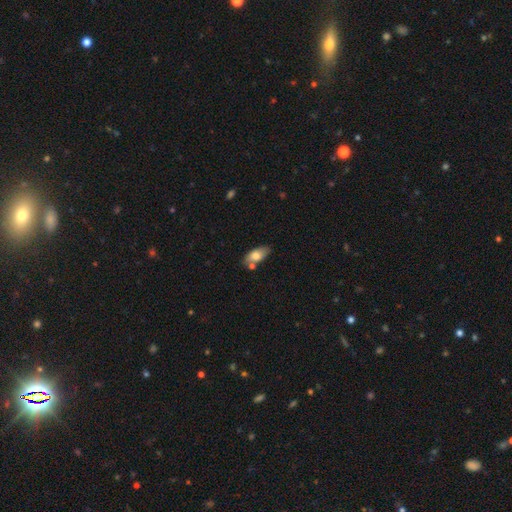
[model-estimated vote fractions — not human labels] A smooth galaxy with no disk features (74%) that is in between round and cigar-shaped (87%).

Vote fractions:
- Smooth or featured? smooth: 74% / featured or disk: 20% / star or artifact: 7%
- How rounded? in between: 87% / cigar-shaped: 10% / round: 3%
- Merging? none: 68% / minor disturbance: 16% / merger: 13% / major disturbance: 3%